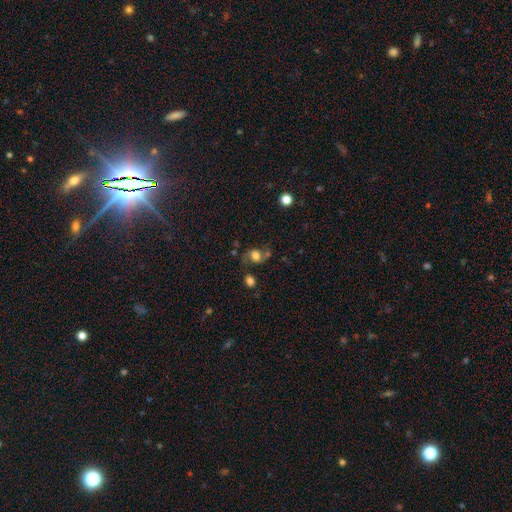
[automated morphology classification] smooth 52%, featured or disk 35%, star or artifact 13%. Down the decision tree: how rounded — round (57%); merging — none (56%).